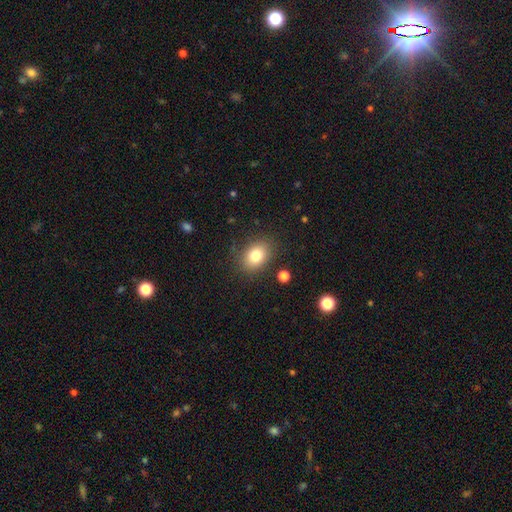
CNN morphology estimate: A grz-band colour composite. It shows a smooth galaxy with no disk features (80%) that is in between round and cigar-shaped (65%). Merging: none (83%).